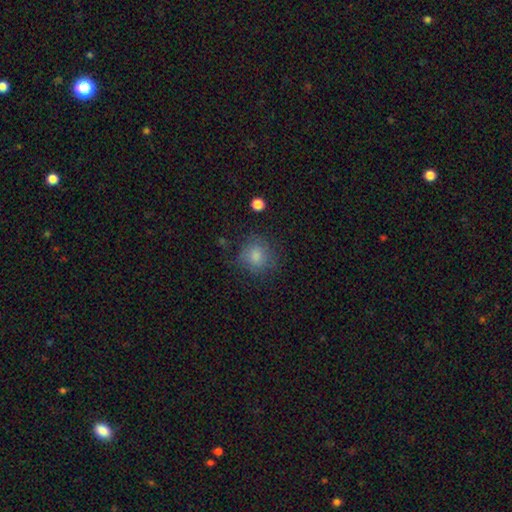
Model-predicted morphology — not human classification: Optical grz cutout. It shows a smooth galaxy with no disk features (73%) that is round (84%). Merging: none (75%).